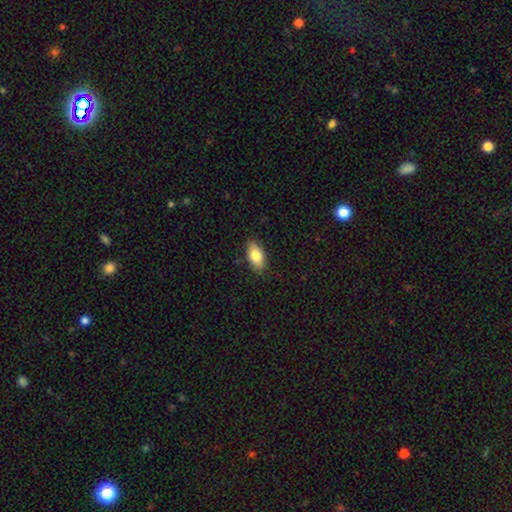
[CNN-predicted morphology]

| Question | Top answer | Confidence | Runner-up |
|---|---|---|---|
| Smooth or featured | smooth | 81% | featured or disk (12%) |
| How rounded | in between | 92% | cigar-shaped (4%) |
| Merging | none | 86% | minor disturbance (10%) |